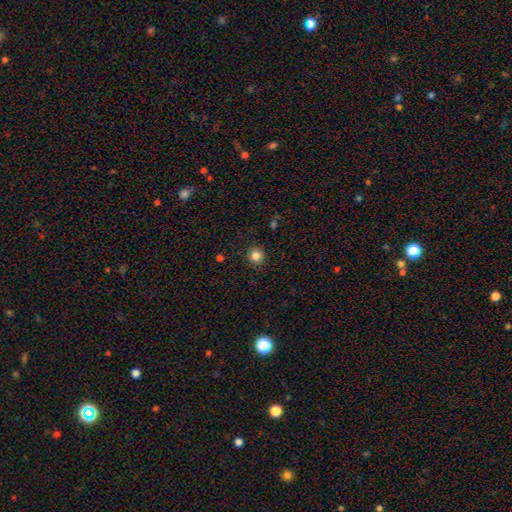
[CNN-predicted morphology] Q: Smooth or featured?
A: smooth (83%); runner-up: star or artifact (12%)
Q: How rounded?
A: round (91%); runner-up: in between (8%)
Q: Merging?
A: none (91%); runner-up: minor disturbance (6%)